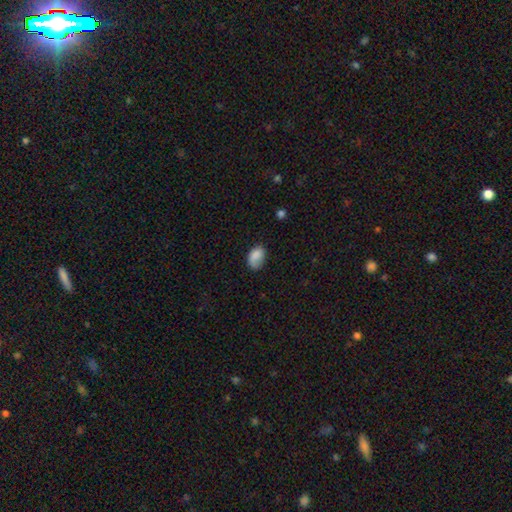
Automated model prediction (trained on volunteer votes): Smooth or featured? Predicted: smooth (p=0.82). How rounded? Predicted: in between (p=0.83). Merging? Predicted: none (p=0.56).